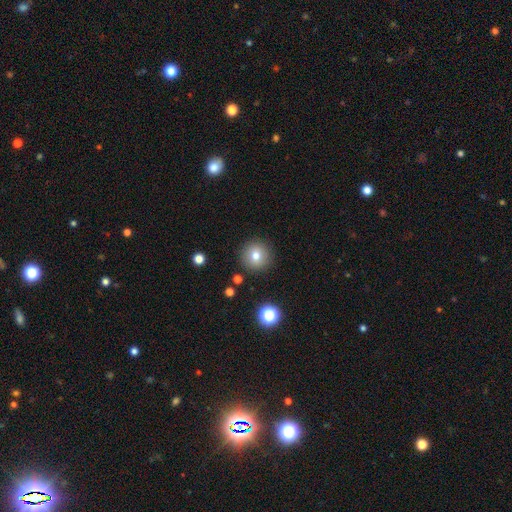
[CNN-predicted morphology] Smooth or featured? smooth (76%)
How rounded? round (95%)
Merging? none (90%)